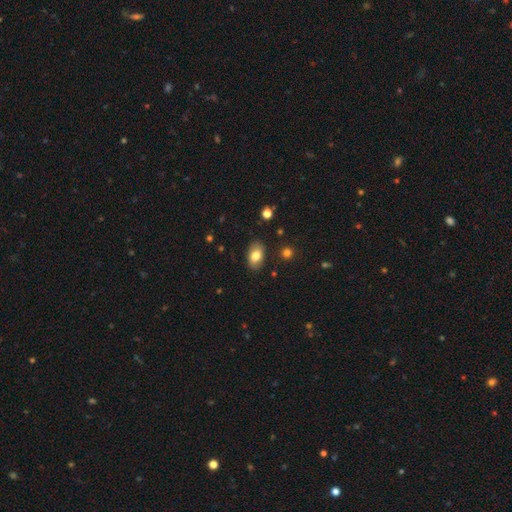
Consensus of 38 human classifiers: Morphology: type=smooth (84%); roundness=in between (88%); merging=none (86%).